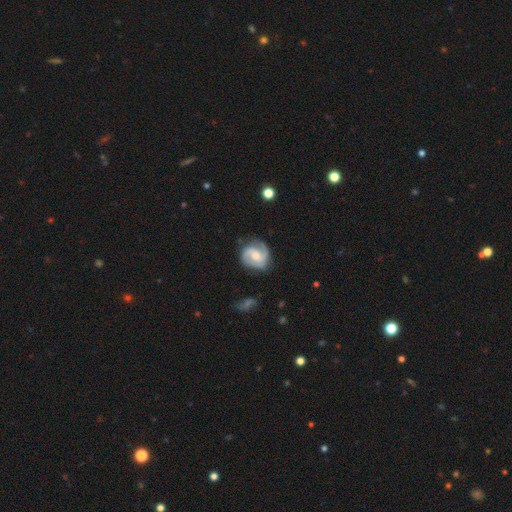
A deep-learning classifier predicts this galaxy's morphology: featured or disk 86%, smooth 10%, star or artifact 5%. Down the decision tree: edge-on disk — no (98%); bar — weak (48%); spiral arms — yes (97%); spiral arm count — 2 (88%); spiral winding — medium (51%); bulge size — moderate (47%); merging — none (77%).